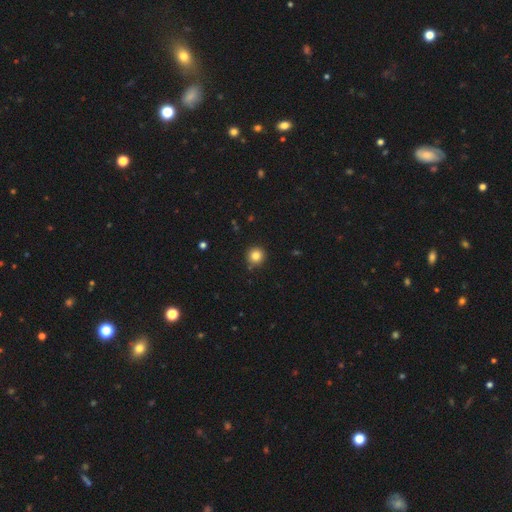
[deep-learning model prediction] Smooth or featured?
  - smooth: 83% *
  - star or artifact: 11%
  - featured or disk: 6%
How rounded?
  - round: 94% *
  - in between: 5%
  - cigar-shaped: 1%
Merging?
  - none: 90% *
  - minor disturbance: 6%
  - merger: 2%
  - major disturbance: 2%